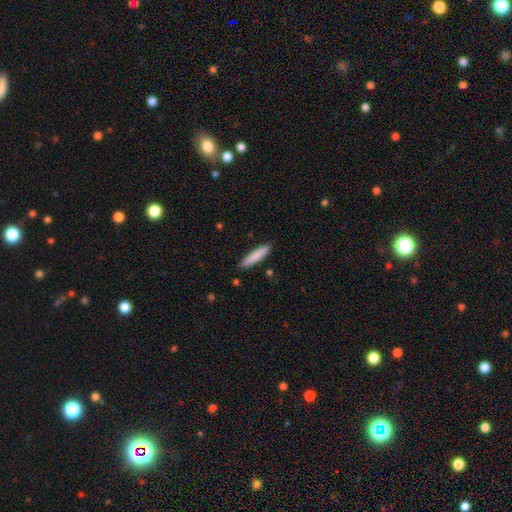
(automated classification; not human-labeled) The model was most divided on "how rounded": cigar-shaped: 86%, in between: 13%, round: 1%. More confident: merging — none (89%); smooth or featured — smooth (85%).